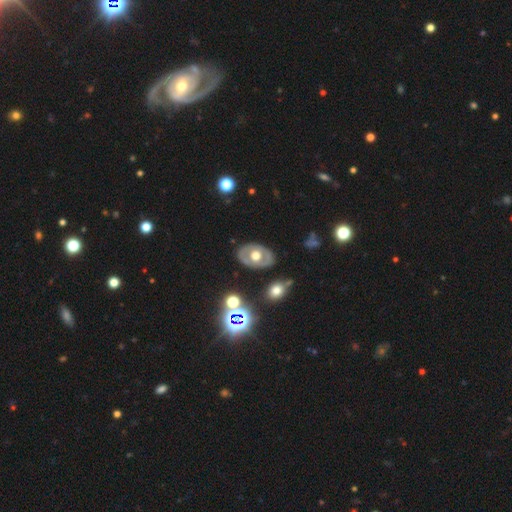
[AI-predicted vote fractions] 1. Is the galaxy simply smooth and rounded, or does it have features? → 58% featured or disk, 35% smooth, 8% star or artifact.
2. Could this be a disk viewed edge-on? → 91% no, 9% yes.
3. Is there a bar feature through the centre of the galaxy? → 90% no, 7% weak, 2% strong.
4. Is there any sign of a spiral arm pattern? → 88% no, 12% yes.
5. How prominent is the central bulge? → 58% moderate, 35% large, 3% small, 2% dominant, 1% none.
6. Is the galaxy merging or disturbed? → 81% none, 12% minor disturbance, 4% major disturbance, 2% merger.